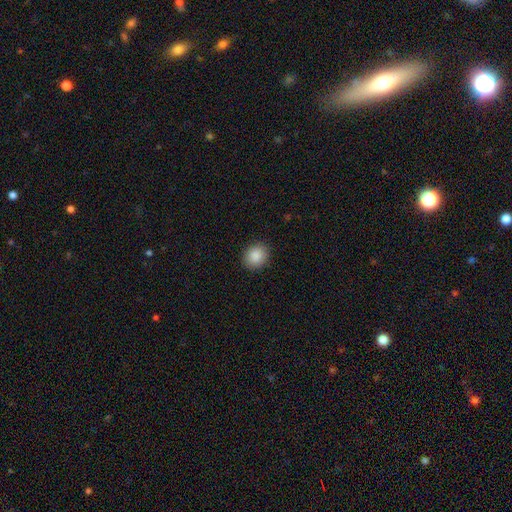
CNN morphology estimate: Smooth or featured: smooth — 88% (star or artifact — 8%)
How rounded: round — 70% (in between — 29%)
Merging: none — 90% (minor disturbance — 7%)